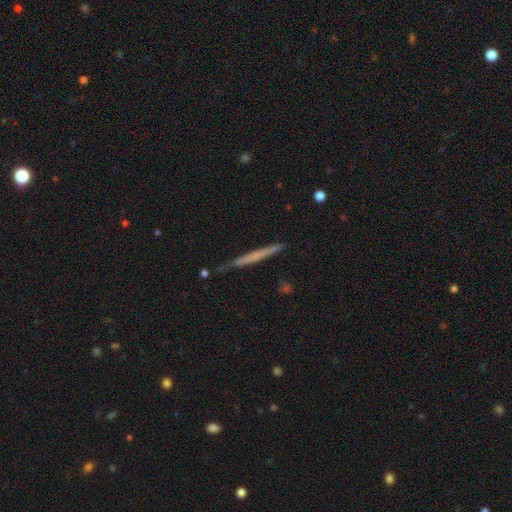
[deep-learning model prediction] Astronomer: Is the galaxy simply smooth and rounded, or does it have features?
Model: smooth — 49% (runner-up: featured or disk, 44%).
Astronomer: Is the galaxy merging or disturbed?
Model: none — 82%.